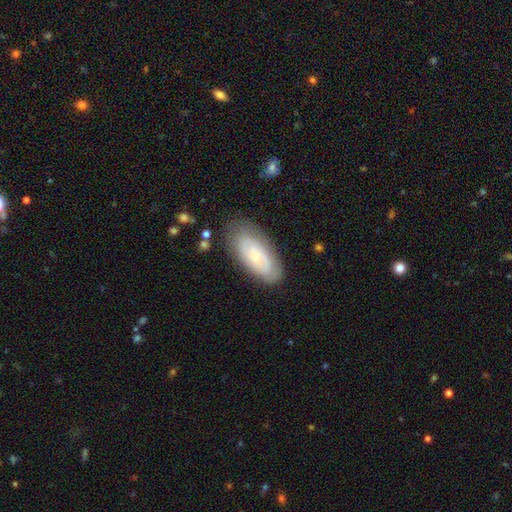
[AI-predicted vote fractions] A smooth galaxy with no disk features (47%). Merging: none (76%).